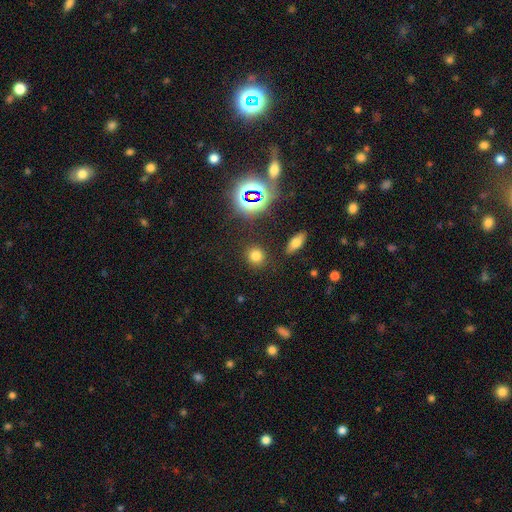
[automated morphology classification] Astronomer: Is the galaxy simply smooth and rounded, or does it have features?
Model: smooth — 72%.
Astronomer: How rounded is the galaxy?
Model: round — 82%.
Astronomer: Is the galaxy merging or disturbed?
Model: none — 87%.